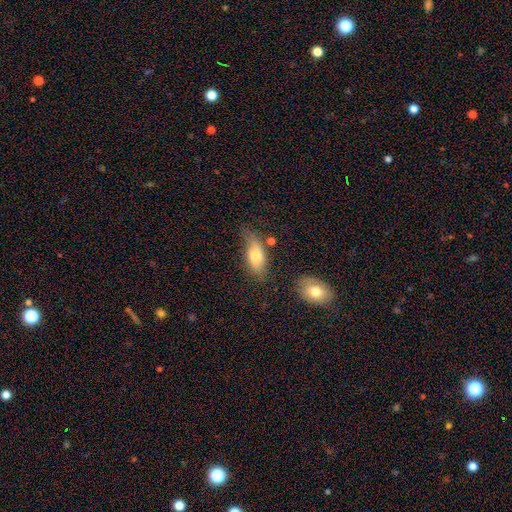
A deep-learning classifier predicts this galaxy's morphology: A smooth galaxy with no disk features (71%) that is in between round and cigar-shaped (83%).

Vote fractions:
- Smooth or featured? smooth: 71% / featured or disk: 21% / star or artifact: 7%
- How rounded? in between: 83% / cigar-shaped: 13% / round: 4%
- Merging? none: 57% / minor disturbance: 28% / major disturbance: 9% / merger: 7%